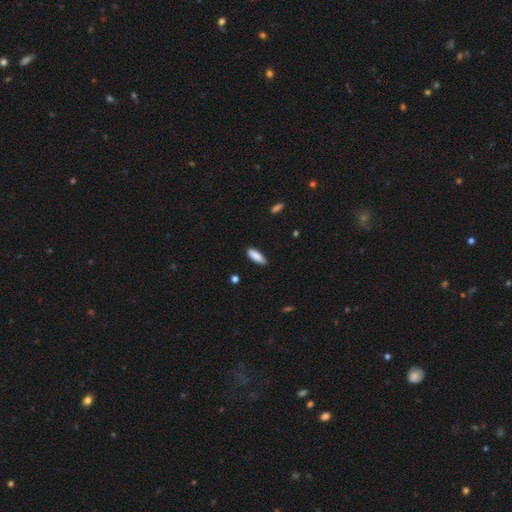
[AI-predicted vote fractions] Smooth or featured: smooth — 88% (featured or disk — 6%)
How rounded: in between — 60% (cigar-shaped — 38%)
Merging: none — 82% (minor disturbance — 15%)